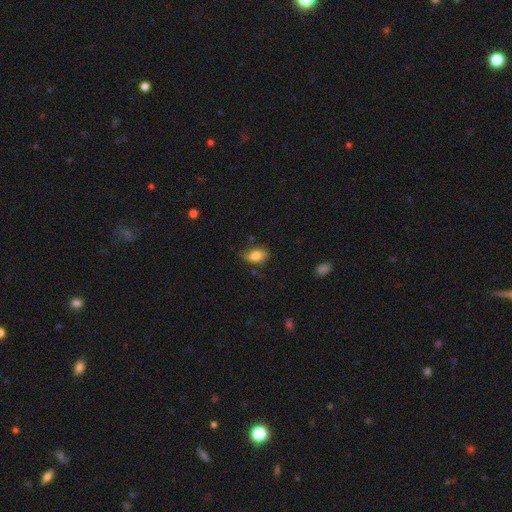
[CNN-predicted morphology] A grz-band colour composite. It shows a smooth galaxy with no disk features (78%) that is in between round and cigar-shaped (84%). Merging: none (52%).